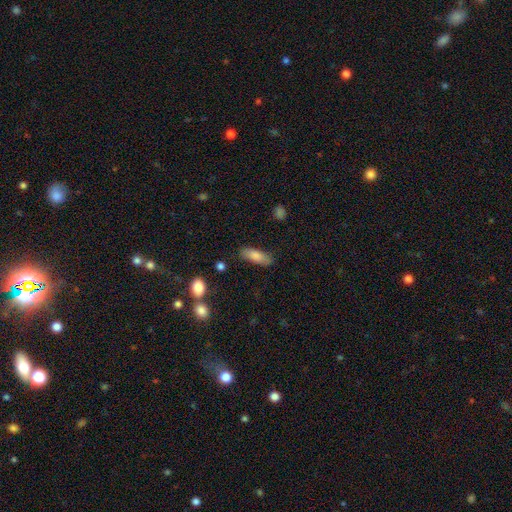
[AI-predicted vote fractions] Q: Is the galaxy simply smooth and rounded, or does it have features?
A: smooth — 83%.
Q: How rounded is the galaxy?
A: in between — 66%.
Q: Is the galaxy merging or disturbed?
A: none — 81%.